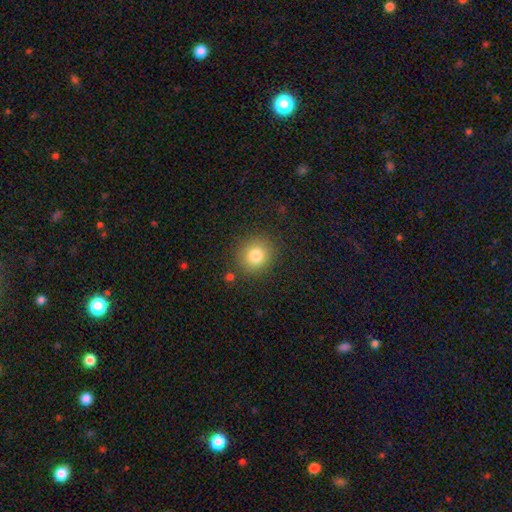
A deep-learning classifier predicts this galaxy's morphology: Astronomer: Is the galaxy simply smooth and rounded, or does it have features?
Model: smooth — 81%.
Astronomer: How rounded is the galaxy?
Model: round — 89%.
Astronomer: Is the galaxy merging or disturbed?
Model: none — 87%.